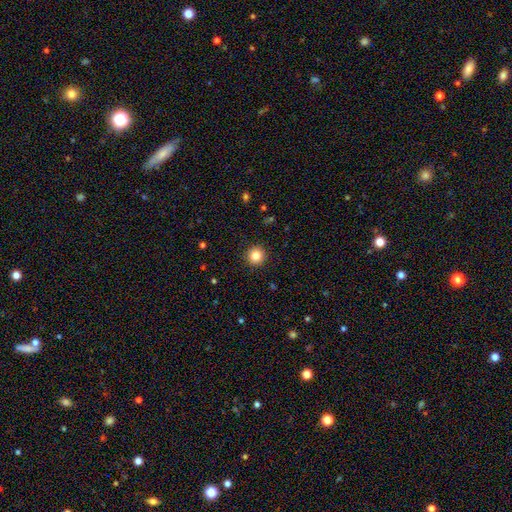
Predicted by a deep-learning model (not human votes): smooth 84%, star or artifact 11%, featured or disk 5%. Down the decision tree: how rounded — round (95%); merging — none (92%).